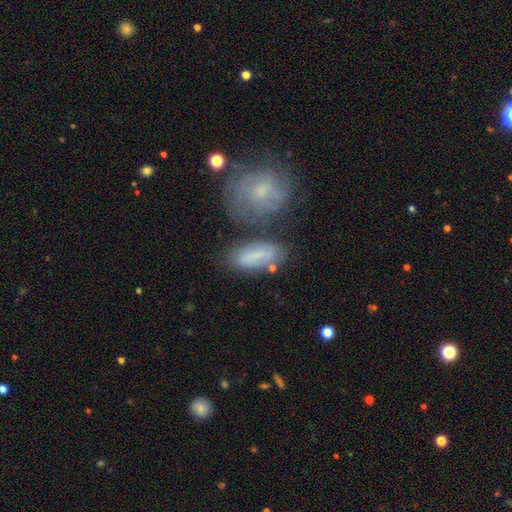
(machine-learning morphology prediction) The model was most divided on "smooth or featured": smooth: 63%, featured or disk: 27%, star or artifact: 9%. More confident: how rounded — in between (80%); merging — none (60%).